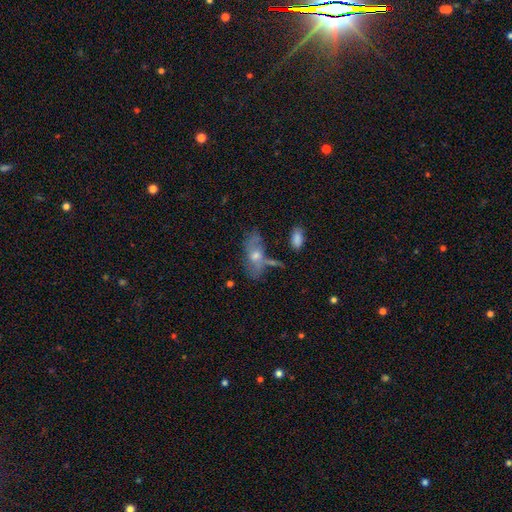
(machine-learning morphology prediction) smooth-or-featured: smooth: 46% | featured or disk: 45% | star or artifact: 9%
  merging: none: 48% | minor disturbance: 24% | merger: 15% | major disturbance: 13%